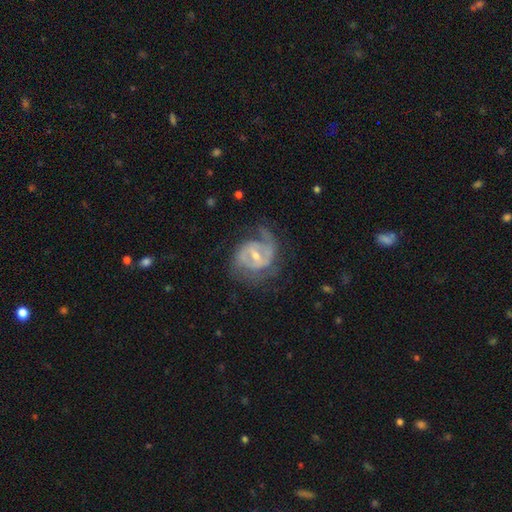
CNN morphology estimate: featured or disk 84%, smooth 11%, star or artifact 5%. Down the decision tree: edge-on disk — no (97%); bar — weak (50%); spiral arms — yes (88%); spiral arm count — 2 (55%); spiral winding — medium (44%); bulge size — moderate (52%); merging — none (53%).